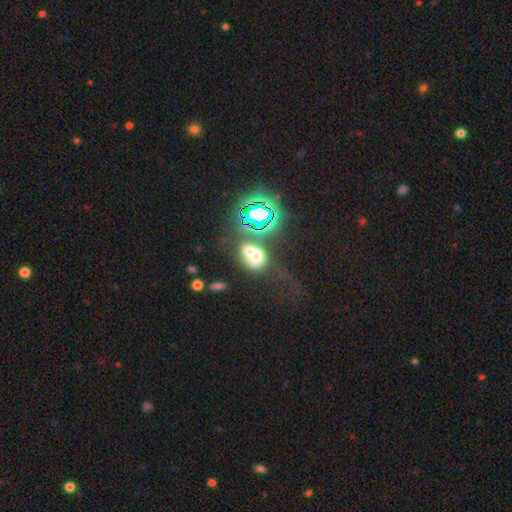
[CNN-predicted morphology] smooth-or-featured: smooth: 52% | star or artifact: 26% | featured or disk: 22%
  how-rounded: in between: 49% (tied) | round: 49% (tied) | cigar-shaped: 2%
  merging: merger: 54% | none: 23% | major disturbance: 13% | minor disturbance: 10%